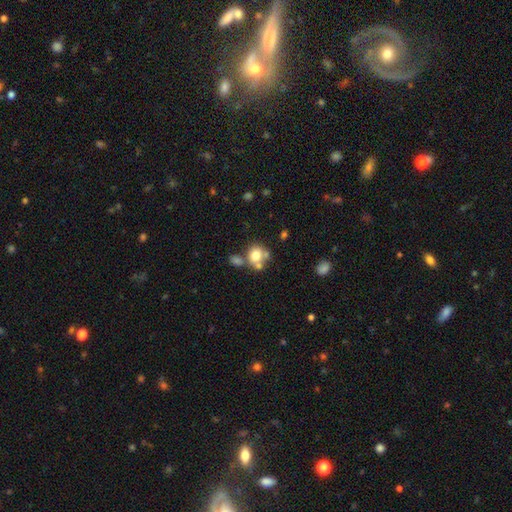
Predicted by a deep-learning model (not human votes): smooth-or-featured: smooth: 73% | featured or disk: 16% | star or artifact: 11%
  how-rounded: round: 71% | in between: 28% | cigar-shaped: 1%
  merging: none: 45% | merger: 35% | minor disturbance: 13% | major disturbance: 7%